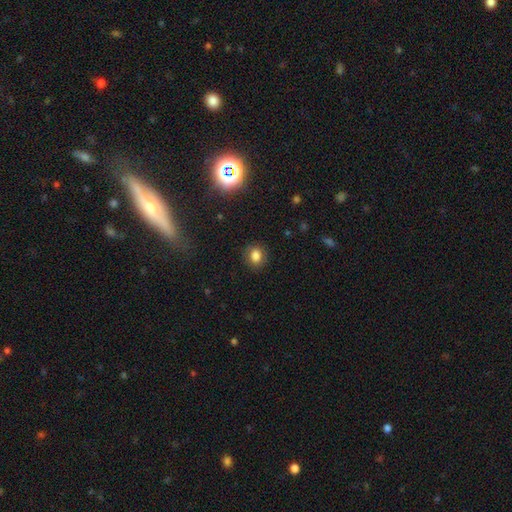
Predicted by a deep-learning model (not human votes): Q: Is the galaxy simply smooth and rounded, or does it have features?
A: smooth — 81%.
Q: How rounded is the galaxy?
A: round — 61%.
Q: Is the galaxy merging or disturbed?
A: none — 86%.